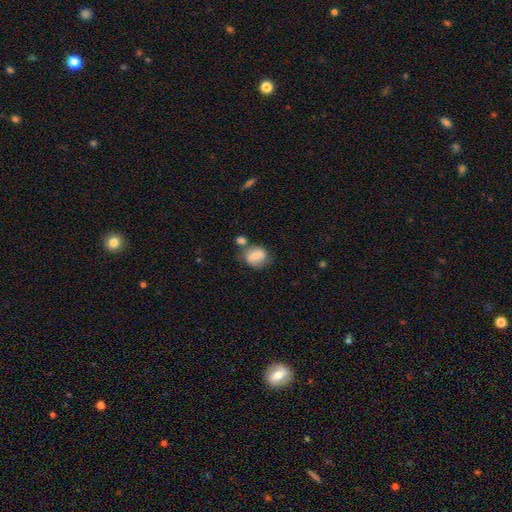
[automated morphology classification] Smooth or featured? smooth (68%)
How rounded? round (52%)
Merging? none (51%)